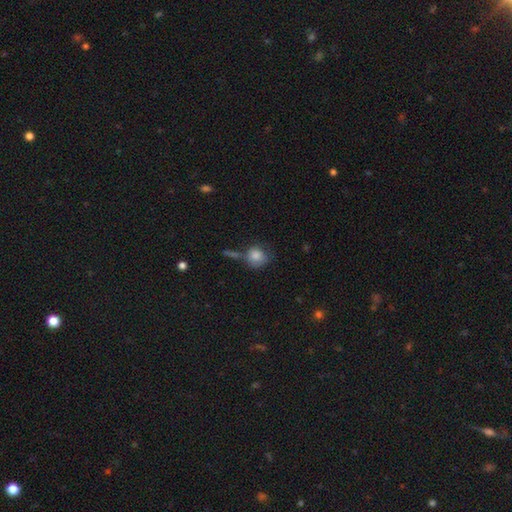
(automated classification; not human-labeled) smooth_or_featured: smooth (p=0.81) [alt: featured or disk p=0.10]
how_rounded: round (p=0.78) [alt: in between p=0.20]
merging: none (p=0.48) [alt: minor disturbance p=0.25]